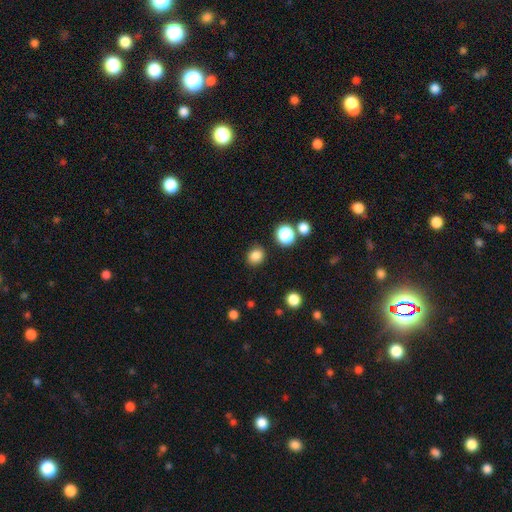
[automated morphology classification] smooth 84%, star or artifact 12%, featured or disk 4%. Down the decision tree: how rounded — round (73%); merging — none (86%).